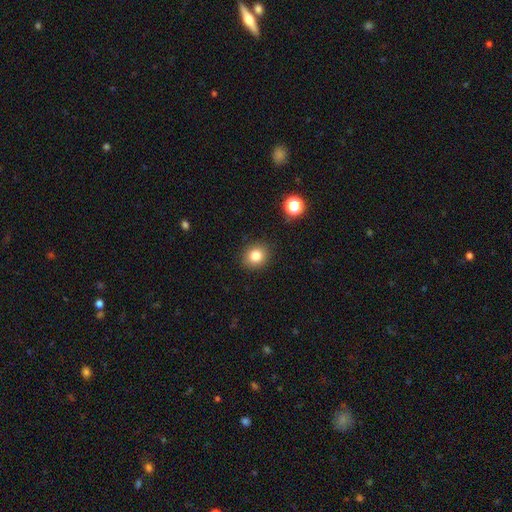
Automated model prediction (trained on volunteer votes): Smooth or featured: smooth — 82% (star or artifact — 11%)
How rounded: round — 72% (in between — 27%)
Merging: none — 89% (minor disturbance — 7%)